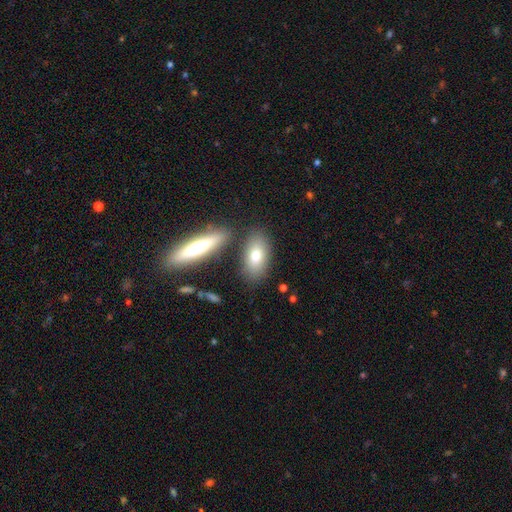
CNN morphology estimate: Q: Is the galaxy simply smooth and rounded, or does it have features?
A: smooth — 74%.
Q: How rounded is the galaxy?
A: in between — 86%.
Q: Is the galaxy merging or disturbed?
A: none — 75%.